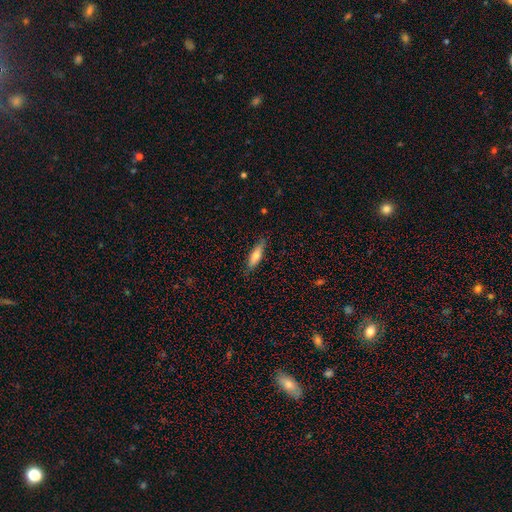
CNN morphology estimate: A smooth galaxy with no disk features (70%) that is cigar-shaped (66%). Merging: none (84%).